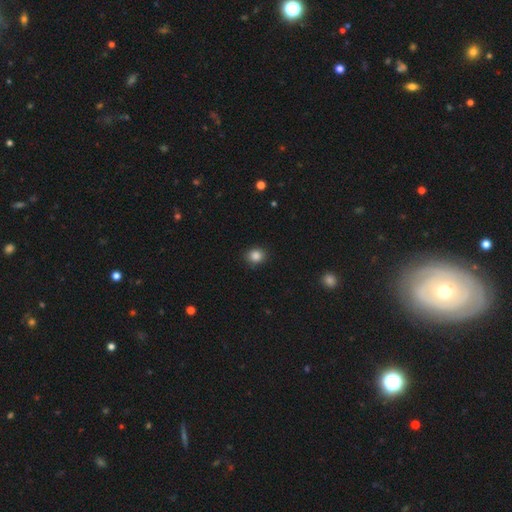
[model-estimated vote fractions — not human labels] This appears to be a smooth galaxy with no disk features (86%) that is round (76%). Merging: none (89%).